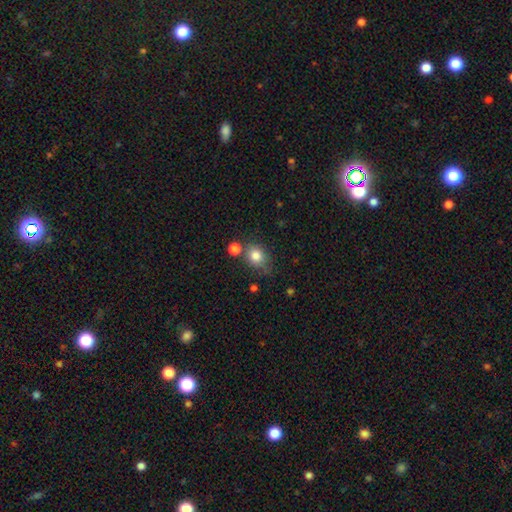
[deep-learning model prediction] A smooth galaxy with no disk features (81%) that is round (62%).

Vote fractions:
- Smooth or featured? smooth: 81% / star or artifact: 11% / featured or disk: 8%
- How rounded? round: 62% / in between: 37% / cigar-shaped: 1%
- Merging? none: 62% / minor disturbance: 19% / merger: 13% / major disturbance: 6%